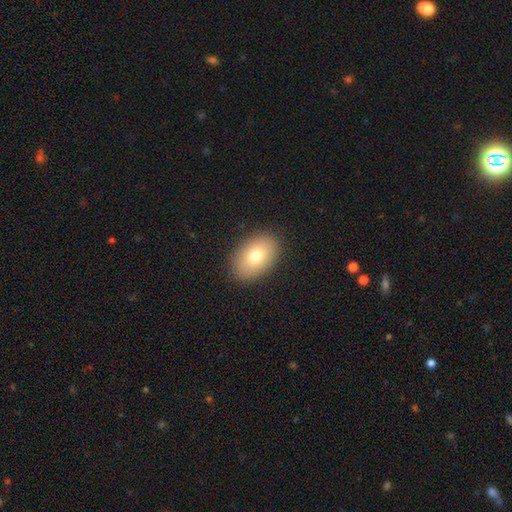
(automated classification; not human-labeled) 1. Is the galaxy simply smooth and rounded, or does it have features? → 76% smooth, 15% featured or disk, 9% star or artifact.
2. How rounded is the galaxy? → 86% in between, 13% round, 1% cigar-shaped.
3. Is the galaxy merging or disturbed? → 89% none, 8% minor disturbance, 2% major disturbance, 1% merger.